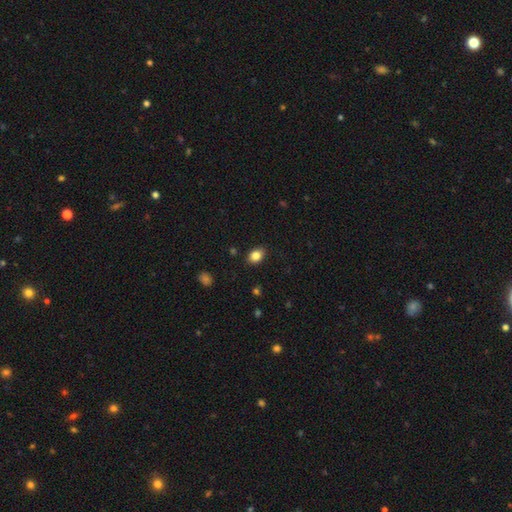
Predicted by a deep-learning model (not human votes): A smooth galaxy with no disk features (84%) that is in between round and cigar-shaped (68%). Merging: none (86%).